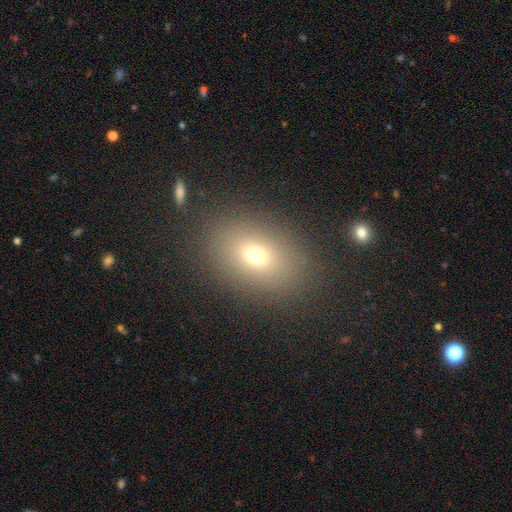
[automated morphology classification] Smooth or featured?
  - smooth: 70% *
  - star or artifact: 16%
  - featured or disk: 14%
How rounded?
  - in between: 73% *
  - round: 26%
  - cigar-shaped: 1%
Merging?
  - none: 84% *
  - minor disturbance: 9%
  - major disturbance: 5%
  - merger: 2%